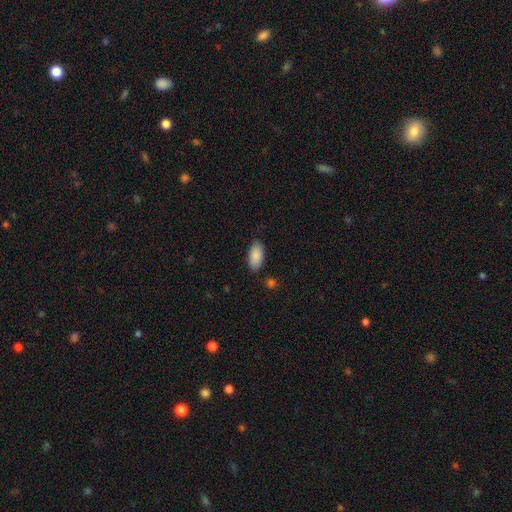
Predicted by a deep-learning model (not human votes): Smooth or featured?
  - smooth: 89% *
  - star or artifact: 6%
  - featured or disk: 4%
How rounded?
  - in between: 93% *
  - cigar-shaped: 5%
  - round: 2%
Merging?
  - none: 84% *
  - minor disturbance: 11%
  - major disturbance: 3%
  - merger: 2%